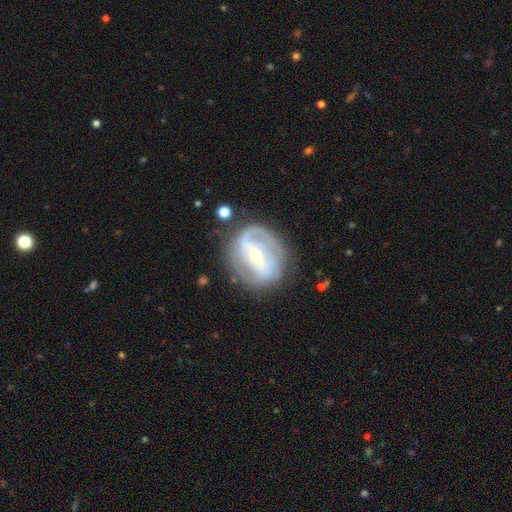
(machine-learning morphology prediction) smooth_or_featured: featured or disk (p=0.80) [alt: smooth p=0.14]
disk_edge_on: no (p=0.96) [alt: yes p=0.04]
bar: strong (p=0.40) [alt: weak p=0.38]
has_spiral_arms: yes (p=0.85) [alt: no p=0.15]
spiral_winding: tight (p=0.39) [tied with: medium p=0.39]
spiral_arm_count: 2 (p=0.62) [alt: can't tell p=0.18]
bulge_size: moderate (p=0.50) [alt: small p=0.45]
merging: none (p=0.71) [alt: minor disturbance p=0.17]